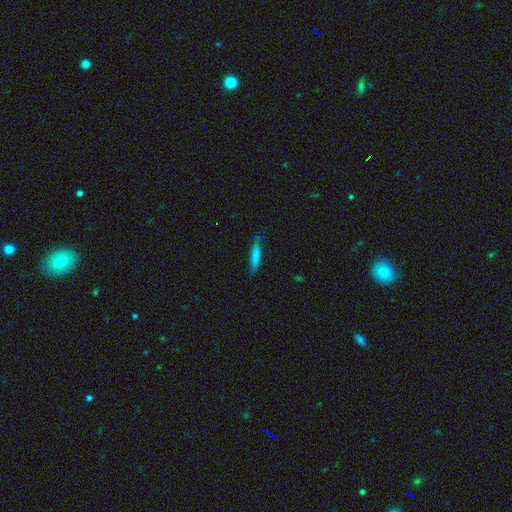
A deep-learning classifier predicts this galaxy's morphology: smooth_or_featured: smooth (p=0.77) [alt: featured or disk p=0.15]
how_rounded: cigar-shaped (p=0.74) [alt: in between p=0.24]
merging: none (p=0.61) [alt: minor disturbance p=0.28]